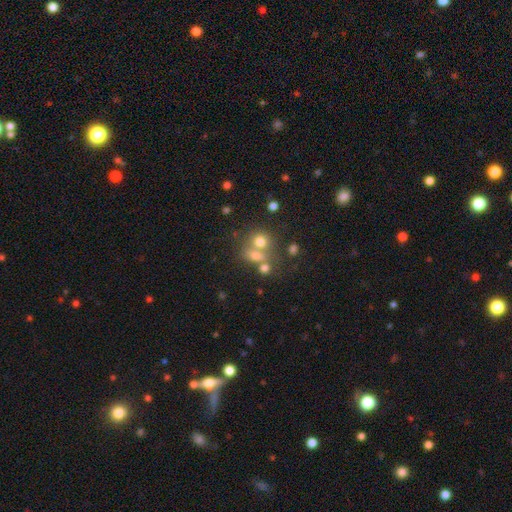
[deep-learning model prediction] smooth-or-featured: smooth: 68% | star or artifact: 17% | featured or disk: 15%
  how-rounded: round: 58% | in between: 40% | cigar-shaped: 2%
  merging: merger: 44% | none: 40% | minor disturbance: 10% | major disturbance: 7%